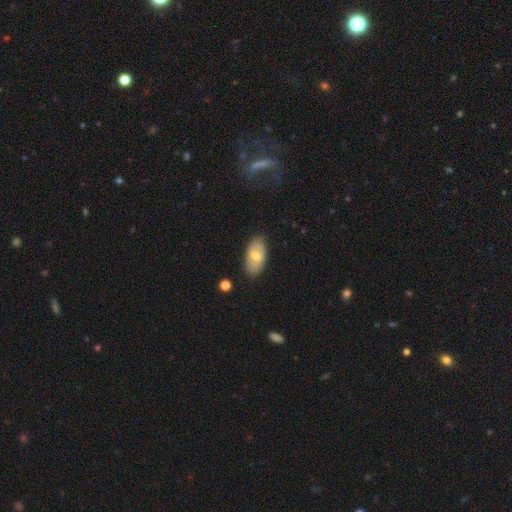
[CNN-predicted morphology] This is possibly a smooth galaxy (58%). How rounded: clearly in between (93%). Merging: clearly none (82%).